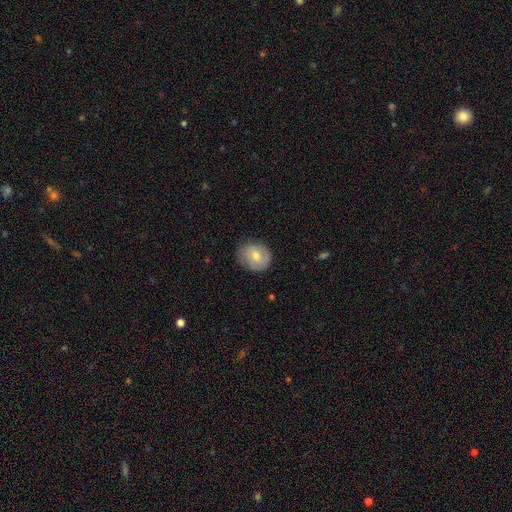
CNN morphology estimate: smooth-or-featured: smooth: 59% | featured or disk: 32% | star or artifact: 9%
  how-rounded: round: 69% | in between: 30% | cigar-shaped: 1%
  merging: none: 80% | minor disturbance: 15% | major disturbance: 3% | merger: 1%